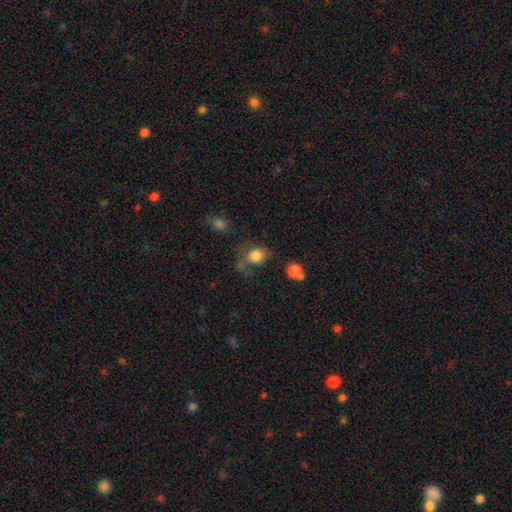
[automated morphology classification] A smooth galaxy with no disk features (80%) that is round (63%). Merging: none (47%).